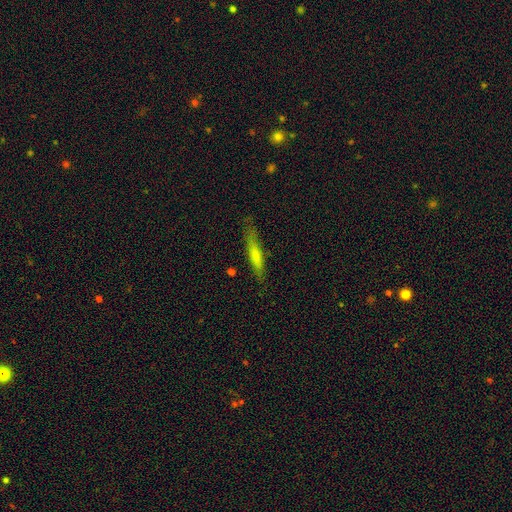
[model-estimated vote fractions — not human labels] Smooth or featured?
  - smooth: 68% *
  - featured or disk: 26%
  - star or artifact: 6%
How rounded?
  - cigar-shaped: 88% *
  - in between: 10%
  - round: 1%
Merging?
  - none: 77% *
  - minor disturbance: 17%
  - major disturbance: 4%
  - merger: 2%